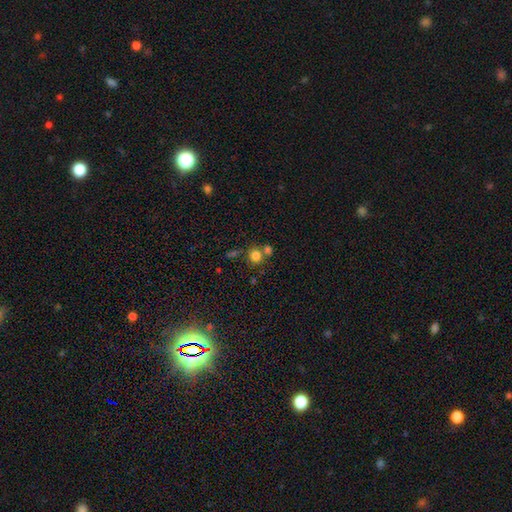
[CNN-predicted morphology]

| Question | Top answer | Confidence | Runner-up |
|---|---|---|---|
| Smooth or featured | smooth | 79% | star or artifact (13%) |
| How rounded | round | 86% | in between (13%) |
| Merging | none | 59% | merger (29%) |